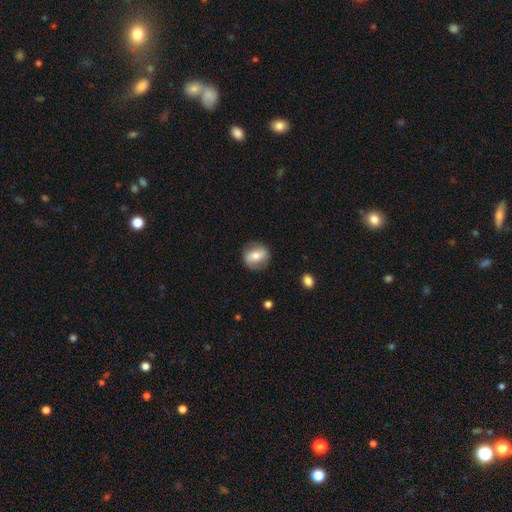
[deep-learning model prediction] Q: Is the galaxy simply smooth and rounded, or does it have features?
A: smooth — 59%.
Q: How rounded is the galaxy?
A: round — 66%.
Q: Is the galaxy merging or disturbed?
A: none — 82%.